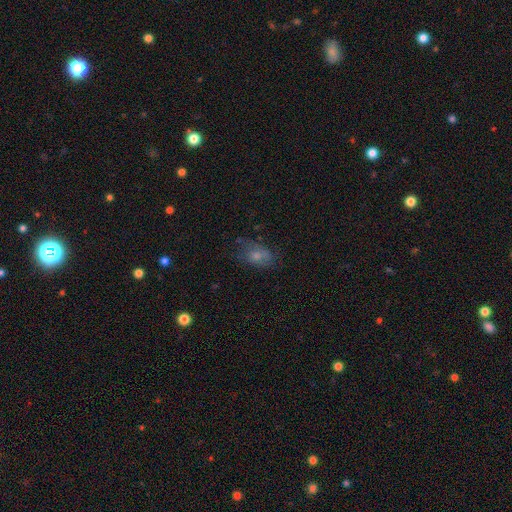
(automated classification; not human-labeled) Smooth or featured? smooth (50%)
Merging? none (60%)